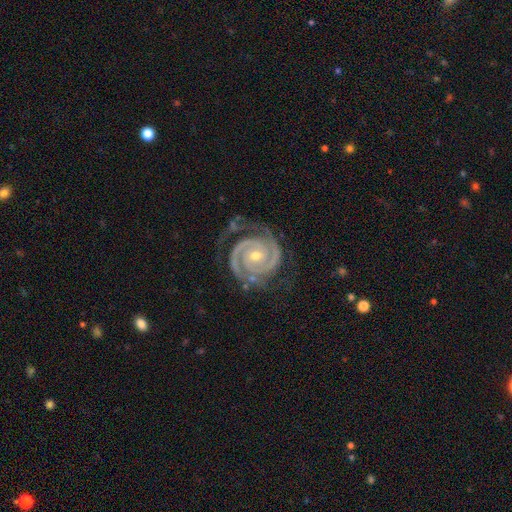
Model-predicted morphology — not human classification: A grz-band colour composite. It shows a featured or disk galaxy (93%) with no bar (66%), 2 (88%) tight (79%) spiral arms (99%) and a small central bulge (50%). Merging: none (74%).